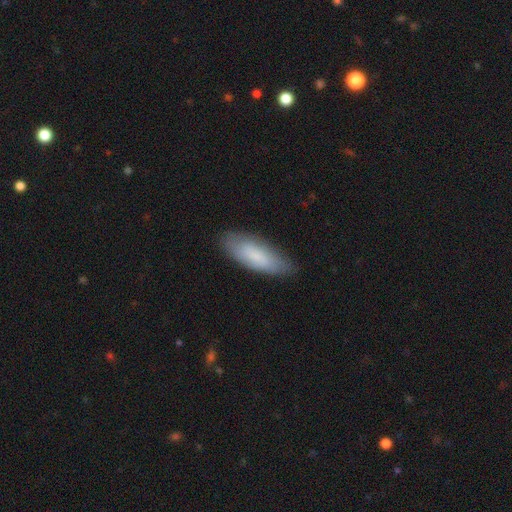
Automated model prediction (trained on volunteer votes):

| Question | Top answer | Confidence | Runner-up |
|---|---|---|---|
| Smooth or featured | smooth | 75% | featured or disk (19%) |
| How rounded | in between | 63% | cigar-shaped (36%) |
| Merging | none | 79% | minor disturbance (17%) |